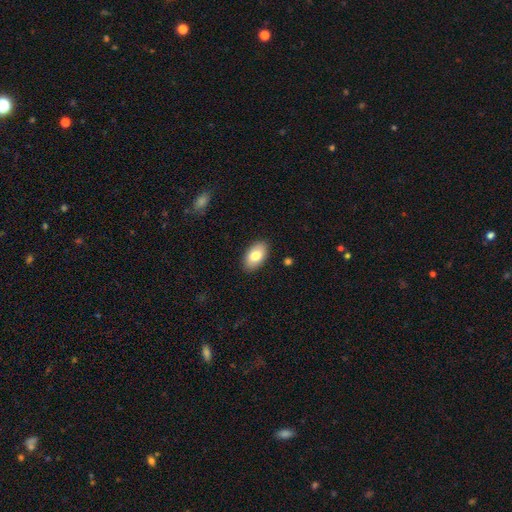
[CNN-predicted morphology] A smooth galaxy with no disk features (79%) that is in between round and cigar-shaped (94%).

Vote fractions:
- Smooth or featured? smooth: 79% / featured or disk: 14% / star or artifact: 7%
- How rounded? in between: 94% / round: 5% / cigar-shaped: 2%
- Merging? none: 88% / minor disturbance: 9% / major disturbance: 2% / merger: 1%